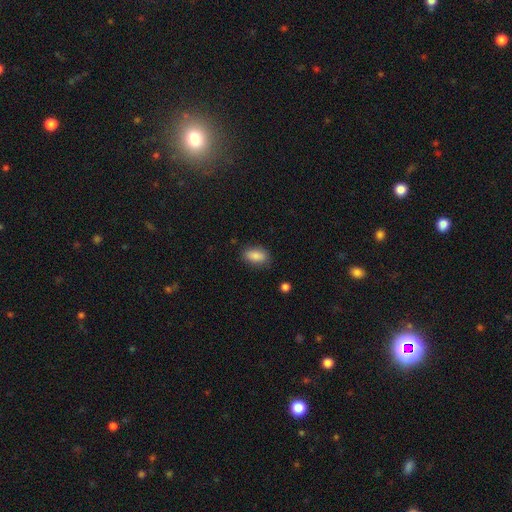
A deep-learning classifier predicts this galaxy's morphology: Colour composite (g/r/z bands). It shows a smooth galaxy with no disk features (87%) that is in between round and cigar-shaped (90%). Merging: none (83%).